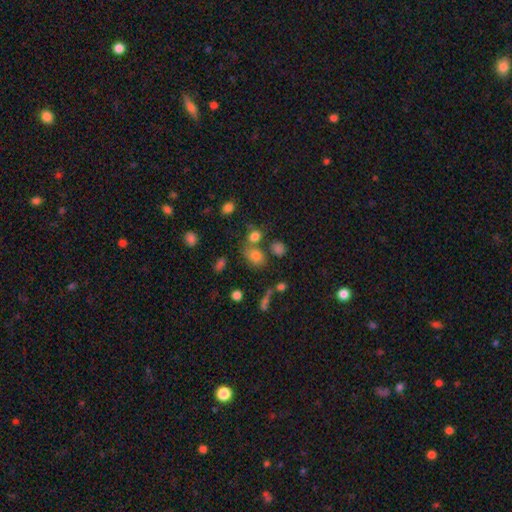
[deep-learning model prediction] This appears to be a smooth galaxy with no disk features (75%) that is in between round and cigar-shaped (54%). Merging: none (58%).